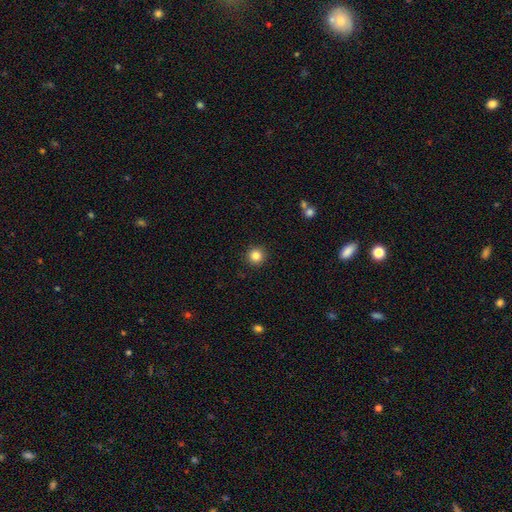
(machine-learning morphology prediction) The model was most divided on "smooth or featured": smooth: 84%, star or artifact: 11%, featured or disk: 5%. More confident: how rounded — round (96%); merging — none (93%).